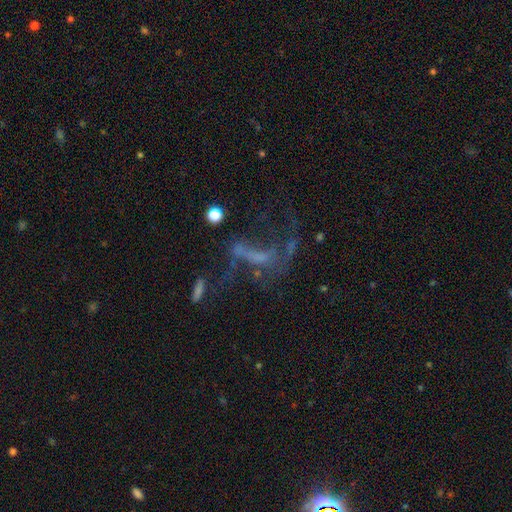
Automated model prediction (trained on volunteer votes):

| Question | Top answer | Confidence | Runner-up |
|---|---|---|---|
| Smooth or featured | featured or disk | 54% | star or artifact (29%) |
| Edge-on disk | no | 91% | yes (9%) |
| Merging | major disturbance | 43% | none (32%) |